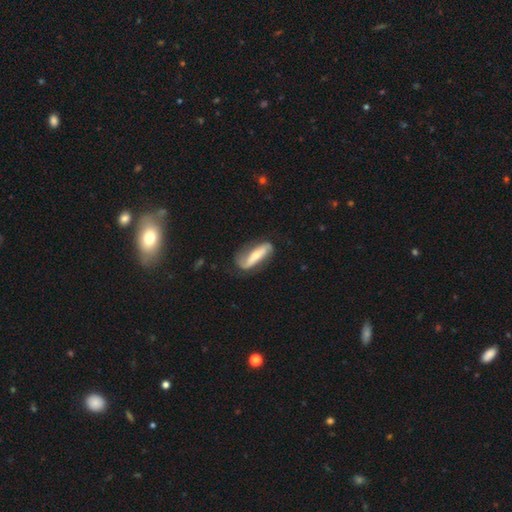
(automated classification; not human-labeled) smooth_or_featured: featured or disk (p=0.67) [alt: smooth p=0.28]
disk_edge_on: no (p=0.81) [alt: yes p=0.19]
bar: strong (p=0.54) [alt: no p=0.26]
has_spiral_arms: yes (p=0.85) [alt: no p=0.15]
bulge_size: small (p=0.46) [alt: moderate p=0.42]
merging: none (p=0.65) [alt: minor disturbance p=0.21]